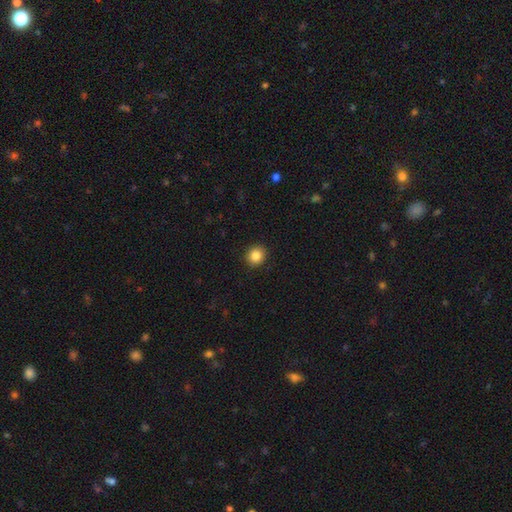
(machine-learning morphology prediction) Smooth or featured?
  - smooth: 86% *
  - star or artifact: 10%
  - featured or disk: 5%
How rounded?
  - round: 86% *
  - in between: 13%
  - cigar-shaped: 1%
Merging?
  - none: 92% *
  - minor disturbance: 5%
  - major disturbance: 2%
  - merger: 1%